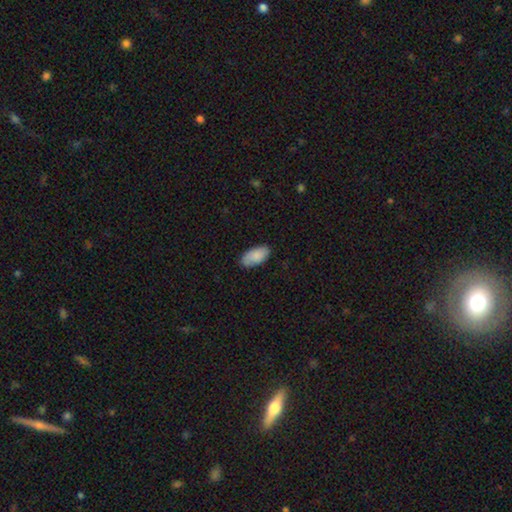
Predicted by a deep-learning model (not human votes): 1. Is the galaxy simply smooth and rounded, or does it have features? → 86% smooth, 8% featured or disk, 6% star or artifact.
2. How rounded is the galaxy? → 94% in between, 4% cigar-shaped, 2% round.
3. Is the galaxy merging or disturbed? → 82% none, 15% minor disturbance, 2% major disturbance, 1% merger.